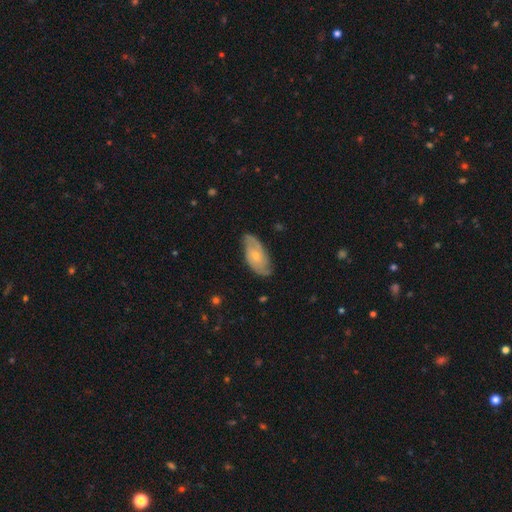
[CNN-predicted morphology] Smooth or featured: featured or disk — 70% (smooth — 24%)
Edge-on disk: no — 93% (yes — 7%)
Bar: no — 63% (weak — 32%)
Spiral arms: yes — 91% (no — 9%)
Spiral winding: medium — 43% (tight — 42%)
Spiral arm count: 2 — 70% (can't tell — 17%)
Bulge size: small — 57% (moderate — 37%)
Merging: none — 74% (minor disturbance — 20%)